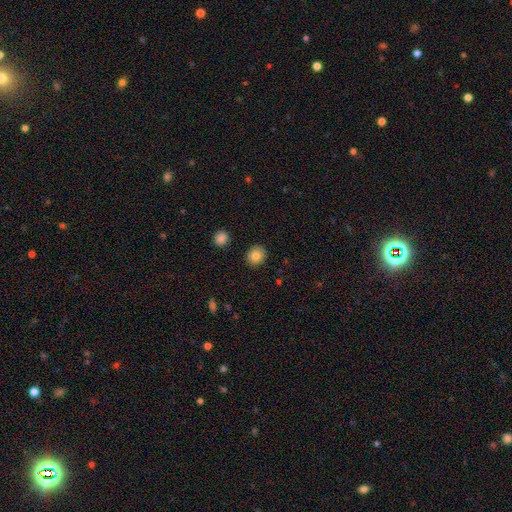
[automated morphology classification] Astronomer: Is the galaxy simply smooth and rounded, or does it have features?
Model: smooth — 83%.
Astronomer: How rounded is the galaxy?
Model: round — 80%.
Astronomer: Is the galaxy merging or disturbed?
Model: none — 90%.